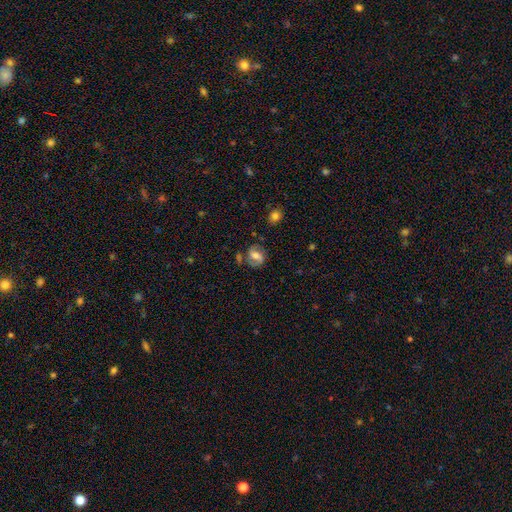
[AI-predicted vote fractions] The model was most divided on "bar": weak: 42%, strong: 32%, no: 27%. More confident: edge-on disk — no (96%); spiral arms — yes (84%); merging — none (68%); smooth or featured — featured or disk (61%); bulge size — moderate (58%).